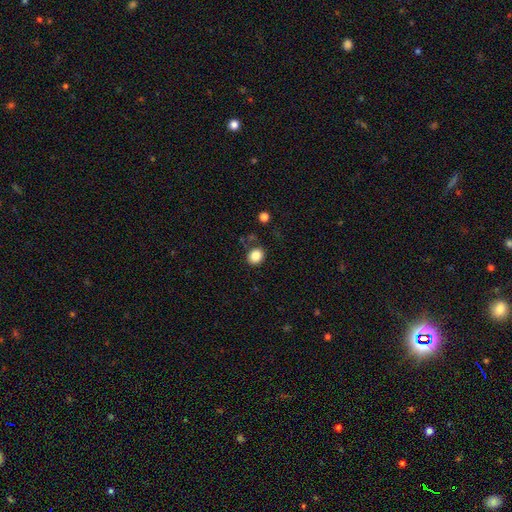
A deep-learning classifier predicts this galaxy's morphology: This appears to be a smooth galaxy with no disk features (85%) that is round (69%). Merging: none (83%).